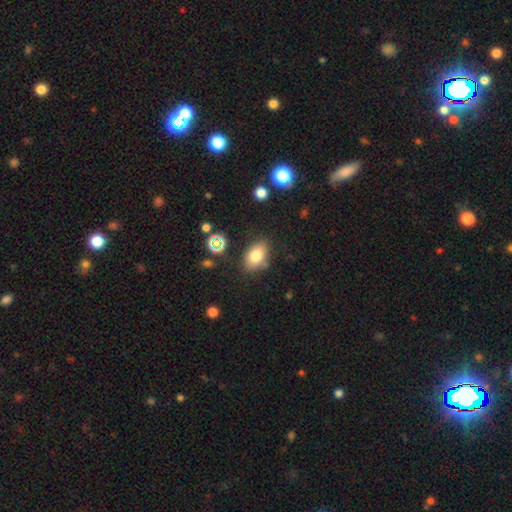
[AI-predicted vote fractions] This is likely a smooth galaxy (78%). How rounded: clearly in between (82%). Merging: likely none (78%).